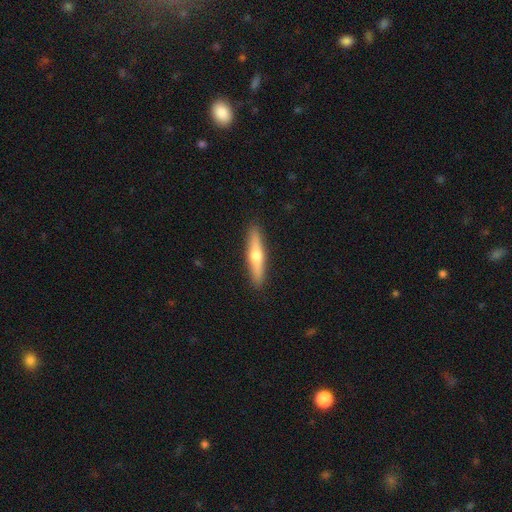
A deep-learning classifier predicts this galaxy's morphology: smooth-or-featured: featured or disk: 52% | smooth: 42% | star or artifact: 5%
  disk-edge-on: yes: 94% | no: 6%
  merging: none: 91% | minor disturbance: 6% | major disturbance: 1% | merger: 1%